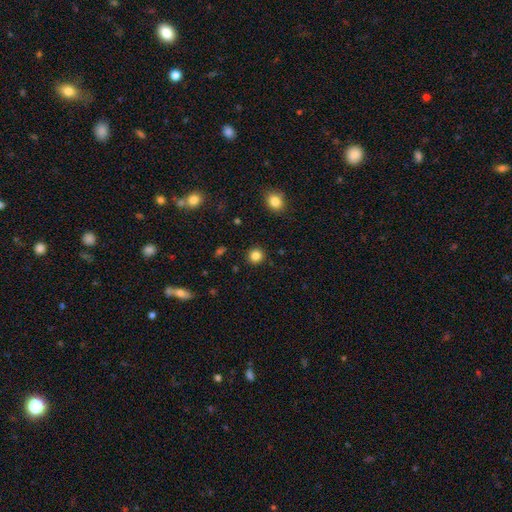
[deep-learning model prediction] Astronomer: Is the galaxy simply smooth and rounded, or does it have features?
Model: smooth — 84%.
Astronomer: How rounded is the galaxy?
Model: round — 93%.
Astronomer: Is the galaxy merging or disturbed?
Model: none — 91%.